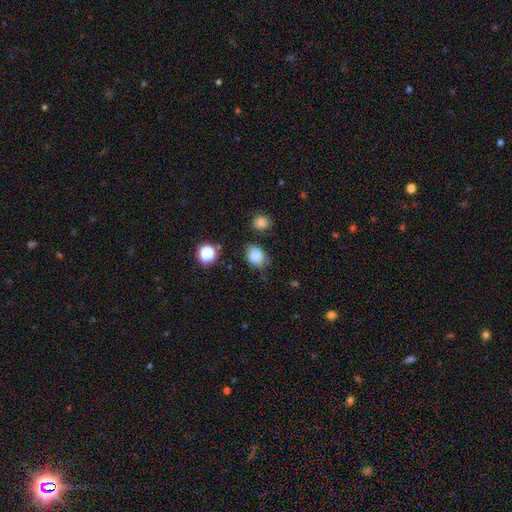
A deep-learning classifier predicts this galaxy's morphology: smooth_or_featured: smooth (p=0.79) [alt: star or artifact p=0.11]
how_rounded: in between (p=0.64) [alt: round p=0.35]
merging: none (p=0.63) [alt: minor disturbance p=0.26]